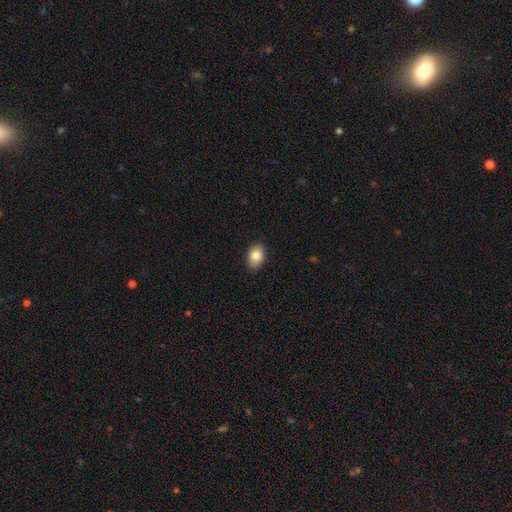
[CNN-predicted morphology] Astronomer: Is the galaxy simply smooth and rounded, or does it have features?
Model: smooth — 85%.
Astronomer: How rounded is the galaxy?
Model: in between — 85%.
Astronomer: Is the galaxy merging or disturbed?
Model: none — 88%.